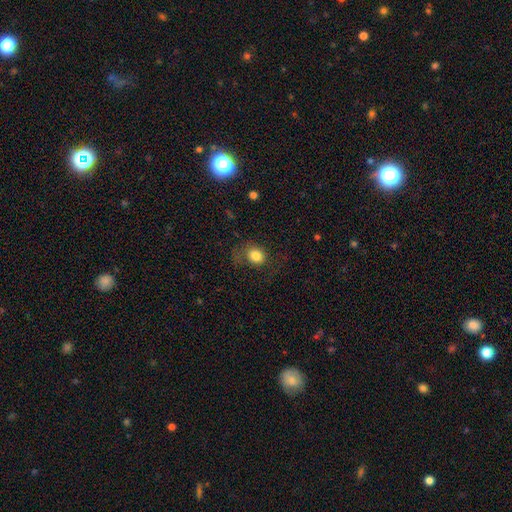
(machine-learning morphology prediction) This appears to be a smooth galaxy with no disk features (80%) that is round (59%). Merging: none (55%).